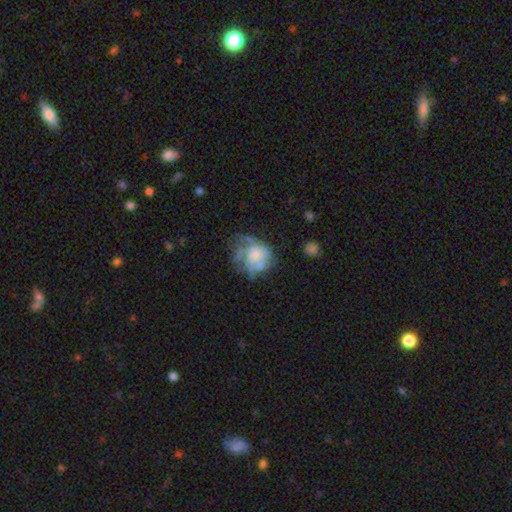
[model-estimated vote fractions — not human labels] Smooth or featured? Predicted: featured or disk (p=0.55). Edge-on disk? Predicted: no (p=0.98). Bar? Predicted: no (p=0.86). Spiral arms? Predicted: no (p=0.63). Bulge size? Predicted: none (p=0.34). Merging? Predicted: none (p=0.35).